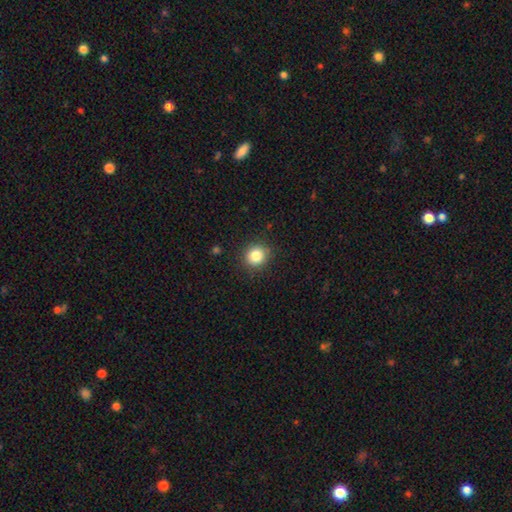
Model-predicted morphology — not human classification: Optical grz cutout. It shows a smooth galaxy with no disk features (84%) that is round (89%). Merging: none (89%).